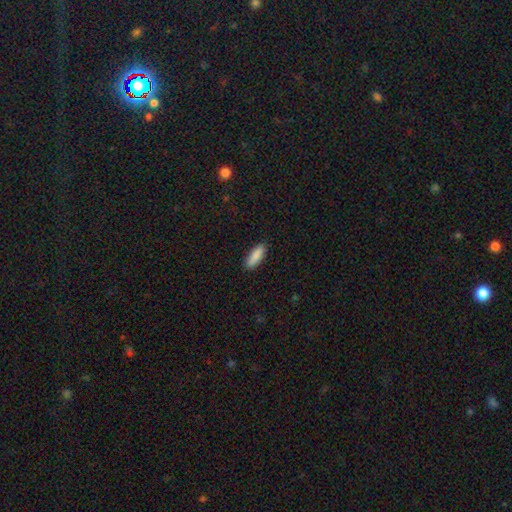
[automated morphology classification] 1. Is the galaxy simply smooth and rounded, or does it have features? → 89% smooth, 6% star or artifact, 5% featured or disk.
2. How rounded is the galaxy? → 58% in between, 41% cigar-shaped, 2% round.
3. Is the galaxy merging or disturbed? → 88% none, 9% minor disturbance, 2% major disturbance, 1% merger.